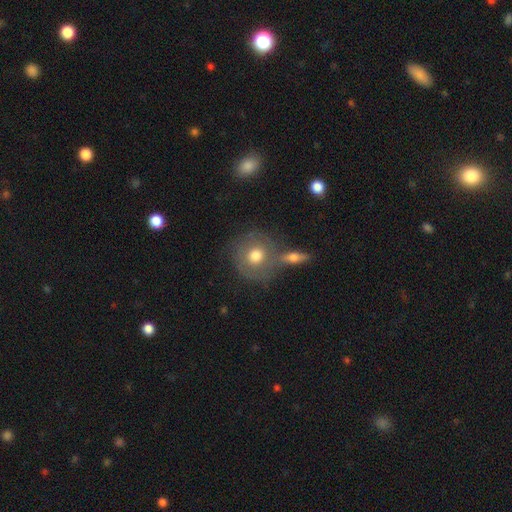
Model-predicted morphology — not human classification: Smooth or featured?
  - smooth: 53% *
  - featured or disk: 39%
  - star or artifact: 8%
How rounded?
  - round: 87% *
  - in between: 12%
  - cigar-shaped: 1%
Merging?
  - none: 56% *
  - merger: 24%
  - minor disturbance: 13%
  - major disturbance: 7%